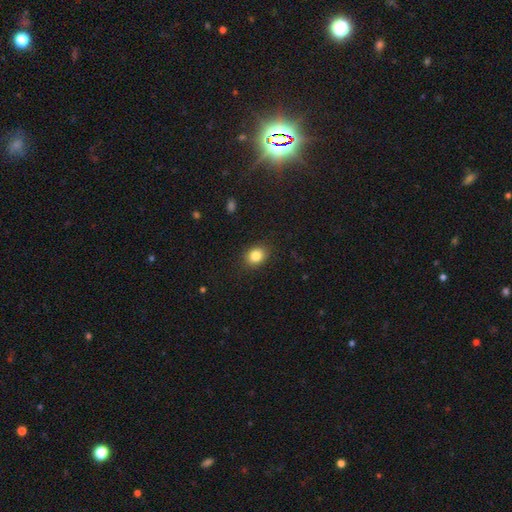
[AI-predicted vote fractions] Overall: smooth (84%). How rounded: round (50%; in between 49%). Merging: none (88%).